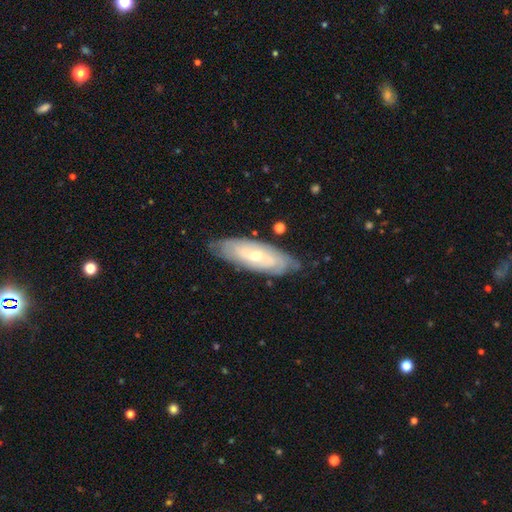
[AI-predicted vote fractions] A featured or disk galaxy (70%) with no bar (66%), spiral arms (82%) and a small central bulge (53%). Merging: none (78%).